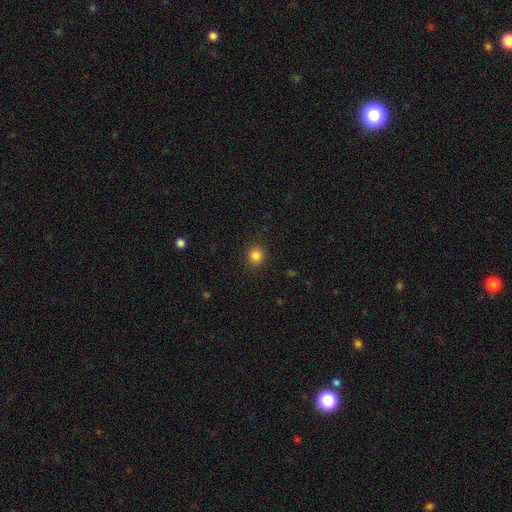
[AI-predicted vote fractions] smooth_or_featured: smooth (p=0.85) [alt: star or artifact p=0.11]
how_rounded: round (p=0.86) [alt: in between p=0.13]
merging: none (p=0.89) [alt: minor disturbance p=0.07]